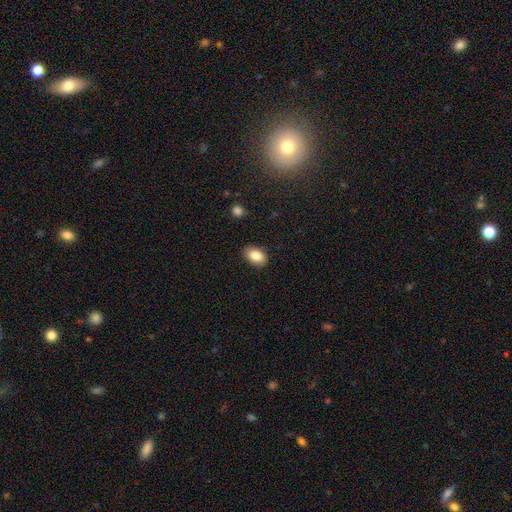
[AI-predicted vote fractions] smooth_or_featured: smooth (p=0.86) [alt: star or artifact p=0.08]
how_rounded: in between (p=0.86) [alt: round p=0.13]
merging: none (p=0.87) [alt: minor disturbance p=0.09]